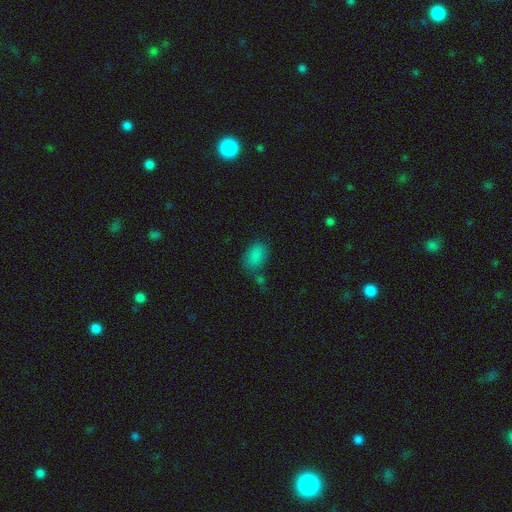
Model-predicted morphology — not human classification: Smooth or featured: smooth — 85% (star or artifact — 10%)
How rounded: in between — 86% (round — 12%)
Merging: none — 64% (minor disturbance — 18%)